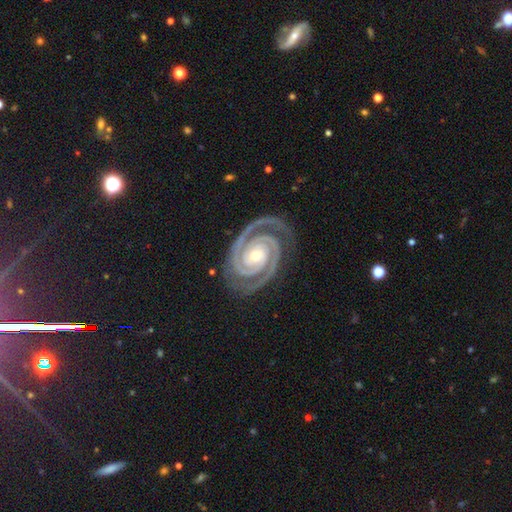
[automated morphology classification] smooth-or-featured: featured or disk: 95% | star or artifact: 3% | smooth: 2%
  disk-edge-on: no: 98% | yes: 2%
    bar: no: 65% | strong: 18% | weak: 17%
    has-spiral-arms: yes: 99% | no: 1%
      spiral-winding: tight: 82% | medium: 17% | loose: 2%
      spiral-arm-count: 2: 90% | 3: 5% | can't tell: 1% | 4: 1% | 1: 1% | more than 4: 1%
    bulge-size: small: 52% | moderate: 44% | large: 2% | none: 1% | dominant: 1%
  merging: none: 84% | minor disturbance: 12% | major disturbance: 3% | merger: 1%